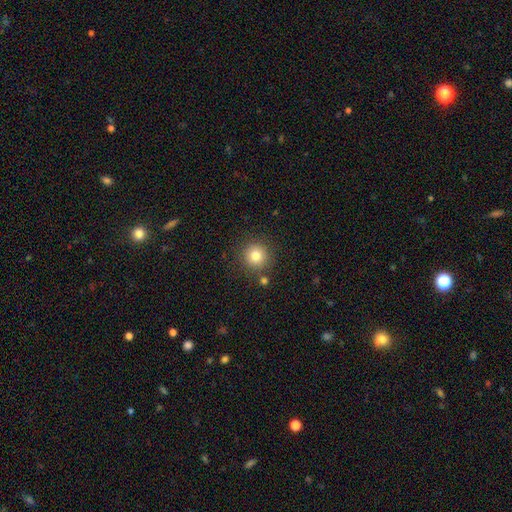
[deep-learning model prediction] smooth 81%, star or artifact 12%, featured or disk 7%. Down the decision tree: how rounded — round (94%); merging — none (85%).